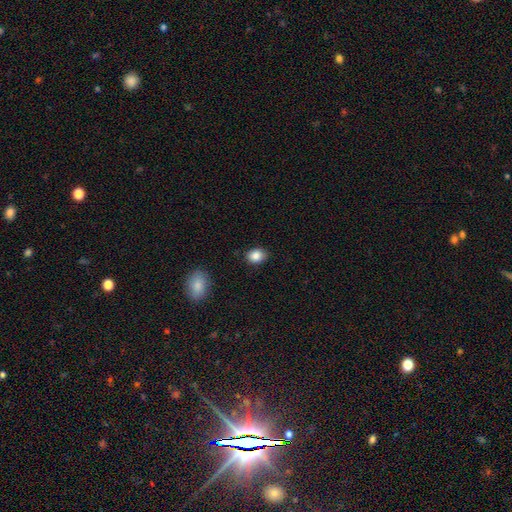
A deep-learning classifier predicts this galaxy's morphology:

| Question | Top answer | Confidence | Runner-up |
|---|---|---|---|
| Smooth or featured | smooth | 86% | star or artifact (9%) |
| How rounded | in between | 53% | round (46%) |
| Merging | none | 85% | minor disturbance (11%) |